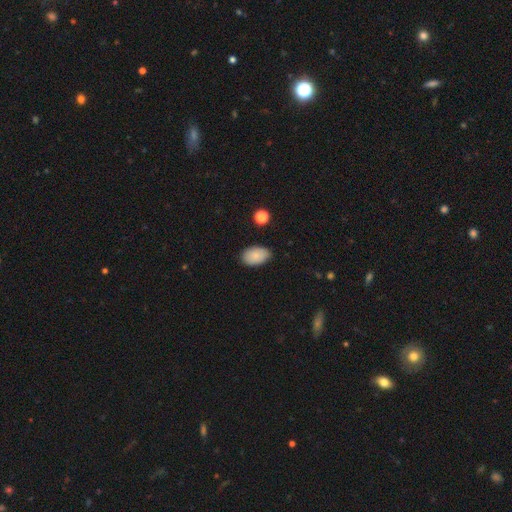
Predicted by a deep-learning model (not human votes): Q: Smooth or featured?
A: smooth (84%); runner-up: featured or disk (9%)
Q: How rounded?
A: in between (92%); runner-up: round (7%)
Q: Merging?
A: none (80%); runner-up: minor disturbance (16%)